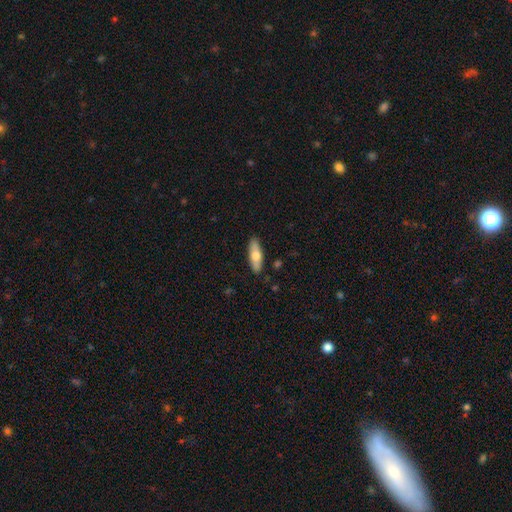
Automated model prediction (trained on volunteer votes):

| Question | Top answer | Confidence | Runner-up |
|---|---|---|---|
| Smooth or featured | smooth | 64% | featured or disk (31%) |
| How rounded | in between | 56% | cigar-shaped (41%) |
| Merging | none | 88% | minor disturbance (9%) |